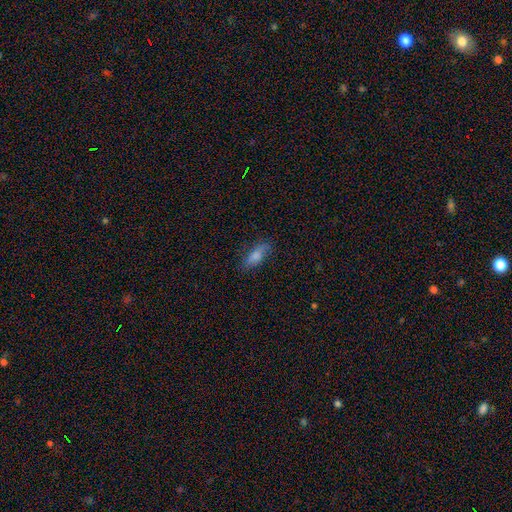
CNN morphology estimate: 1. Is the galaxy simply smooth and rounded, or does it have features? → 67% smooth, 23% featured or disk, 11% star or artifact.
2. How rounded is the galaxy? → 53% in between, 44% cigar-shaped, 3% round.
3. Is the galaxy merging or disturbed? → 77% none, 18% minor disturbance, 4% major disturbance, 1% merger.